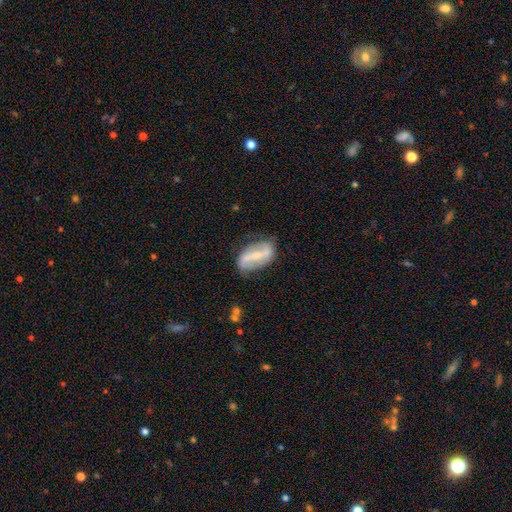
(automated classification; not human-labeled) A featured or disk galaxy (76%) with a strong bar (63%), 2 (88%) loose (52%) spiral arms (83%) and a small central bulge (51%). Merging: none (73%).